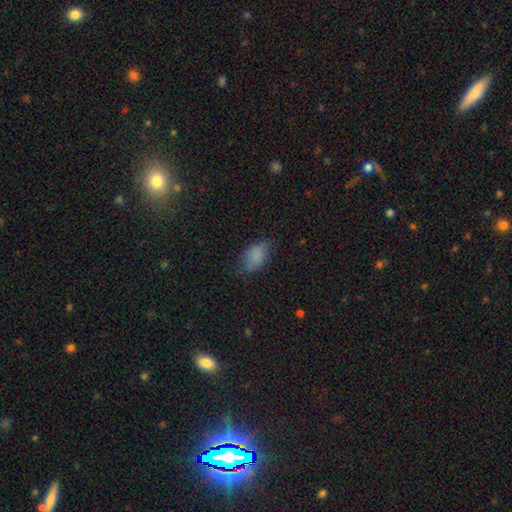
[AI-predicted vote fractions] smooth-or-featured: smooth: 79% | featured or disk: 11% | star or artifact: 10%
  how-rounded: in between: 90% | round: 7% | cigar-shaped: 3%
  merging: none: 65% | minor disturbance: 26% | major disturbance: 8% | merger: 1%